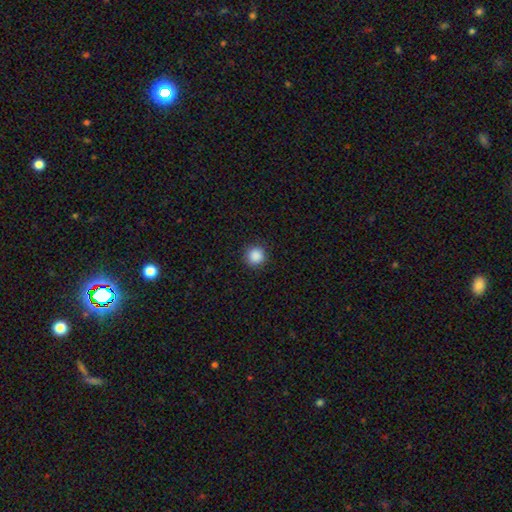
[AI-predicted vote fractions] Smooth or featured? Predicted: smooth (p=0.88). How rounded? Predicted: round (p=0.95). Merging? Predicted: none (p=0.92).